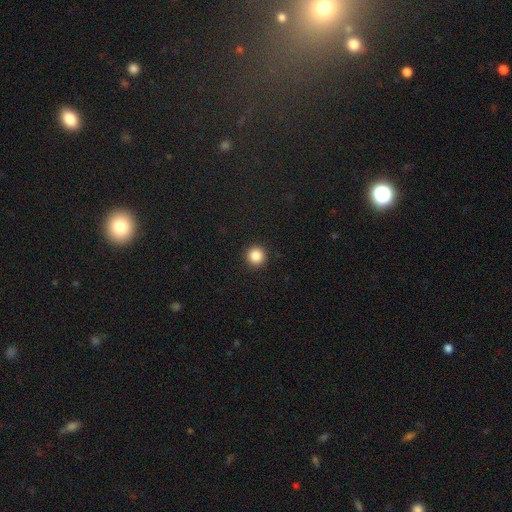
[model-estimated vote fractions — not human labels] A smooth galaxy with no disk features (86%) that is round (95%).

Vote fractions:
- Smooth or featured? smooth: 86% / star or artifact: 10% / featured or disk: 4%
- How rounded? round: 95% / in between: 4% / cigar-shaped: 1%
- Merging? none: 93% / minor disturbance: 4% / major disturbance: 2% / merger: 1%